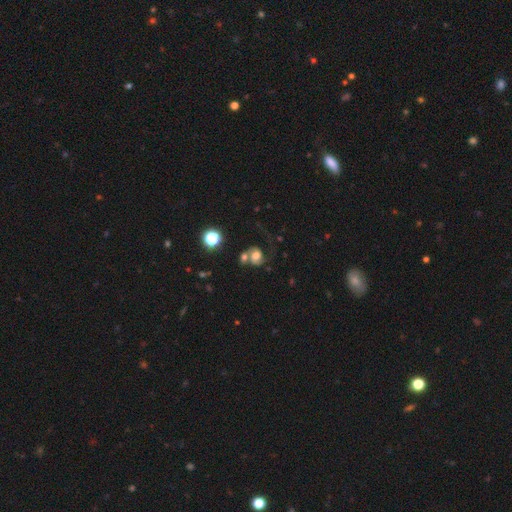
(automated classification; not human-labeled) smooth_or_featured: featured or disk (p=0.44) [alt: smooth p=0.42]
merging: merger (p=0.42) [alt: none p=0.27]